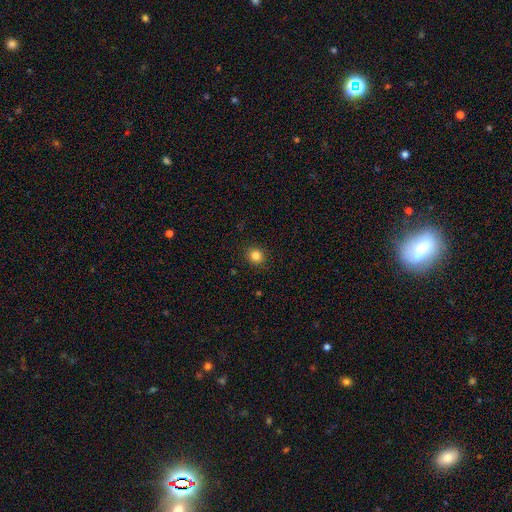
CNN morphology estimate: smooth-or-featured: smooth: 84% | star or artifact: 11% | featured or disk: 5%
  how-rounded: round: 83% | in between: 16% | cigar-shaped: 1%
  merging: none: 90% | minor disturbance: 7% | major disturbance: 2% | merger: 1%